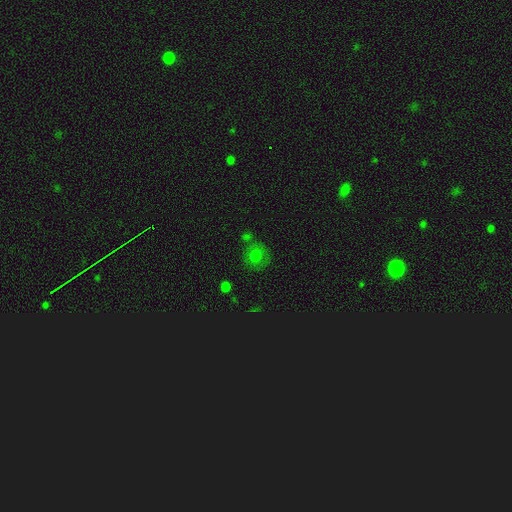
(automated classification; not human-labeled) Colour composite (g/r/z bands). It shows a smooth galaxy with no disk features (58%) that is round (82%). Merging: none (68%).